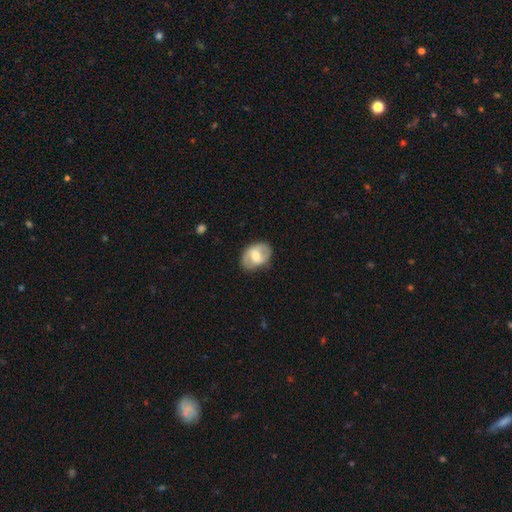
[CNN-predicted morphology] Smooth or featured? Predicted: featured or disk (p=0.54). Edge-on disk? Predicted: no (p=0.94). Bar? Predicted: weak (p=0.44). Spiral arms? Predicted: yes (p=0.52). Bulge size? Predicted: moderate (p=0.66). Merging? Predicted: none (p=0.75).